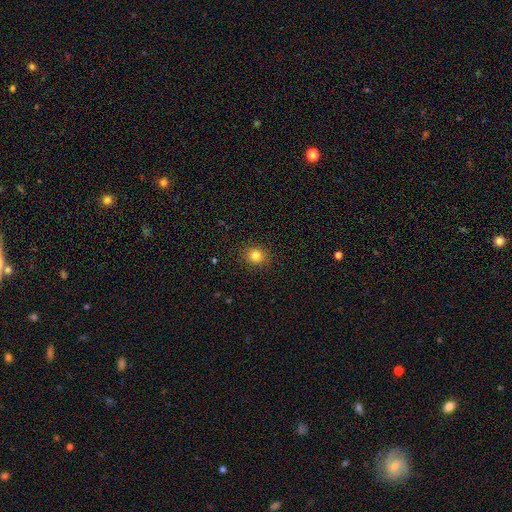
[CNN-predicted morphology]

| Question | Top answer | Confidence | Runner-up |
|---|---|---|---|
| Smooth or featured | smooth | 81% | star or artifact (13%) |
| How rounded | round | 81% | in between (18%) |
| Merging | none | 90% | minor disturbance (7%) |